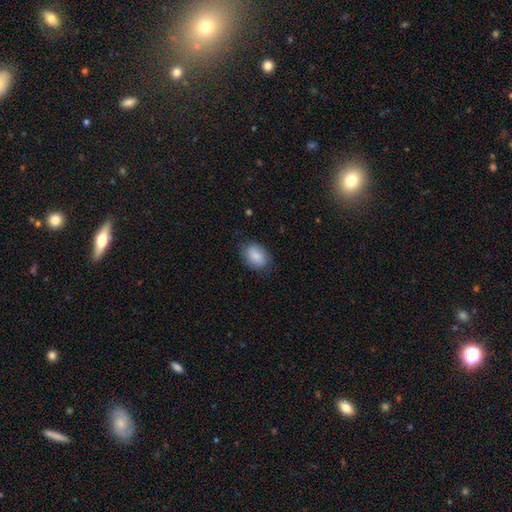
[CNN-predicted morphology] smooth_or_featured: smooth (p=0.86) [alt: featured or disk p=0.07]
how_rounded: in between (p=0.78) [alt: round p=0.21]
merging: none (p=0.80) [alt: minor disturbance p=0.15]